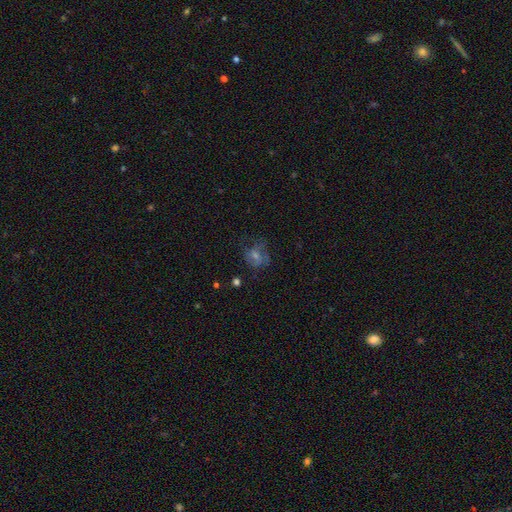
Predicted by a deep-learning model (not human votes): A featured or disk galaxy (43%).

Vote fractions:
- Smooth or featured? featured or disk: 43% / smooth: 32% / star or artifact: 25%
- Merging? none: 62% / minor disturbance: 19% / major disturbance: 17% / merger: 2%